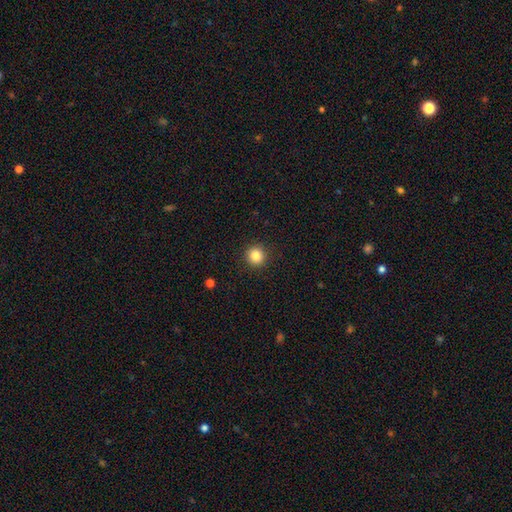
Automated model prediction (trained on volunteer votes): Smooth or featured?
  - smooth: 84% *
  - star or artifact: 11%
  - featured or disk: 5%
How rounded?
  - round: 94% *
  - in between: 5%
  - cigar-shaped: 1%
Merging?
  - none: 92% *
  - minor disturbance: 5%
  - major disturbance: 2%
  - merger: 1%